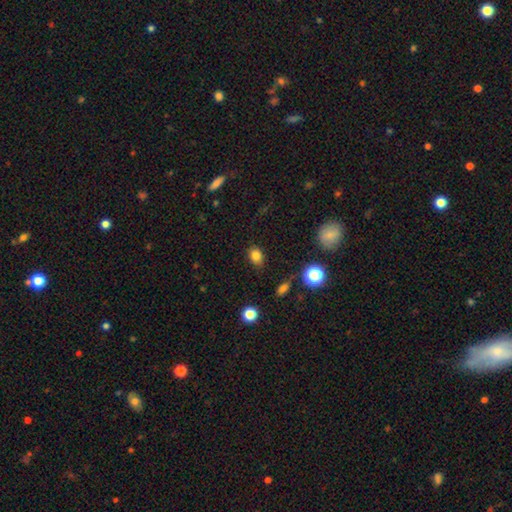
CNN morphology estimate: A smooth galaxy with no disk features (82%) that is in between round and cigar-shaped (62%).

Vote fractions:
- Smooth or featured? smooth: 82% / star or artifact: 12% / featured or disk: 6%
- How rounded? in between: 62% / round: 37% / cigar-shaped: 1%
- Merging? none: 82% / minor disturbance: 13% / major disturbance: 3% / merger: 2%